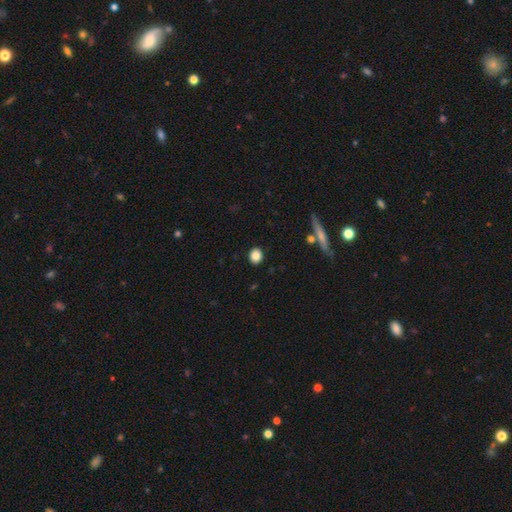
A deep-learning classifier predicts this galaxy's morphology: smooth_or_featured: smooth (p=0.85) [alt: star or artifact p=0.09]
how_rounded: round (p=0.71) [alt: in between p=0.28]
merging: none (p=0.90) [alt: minor disturbance p=0.06]